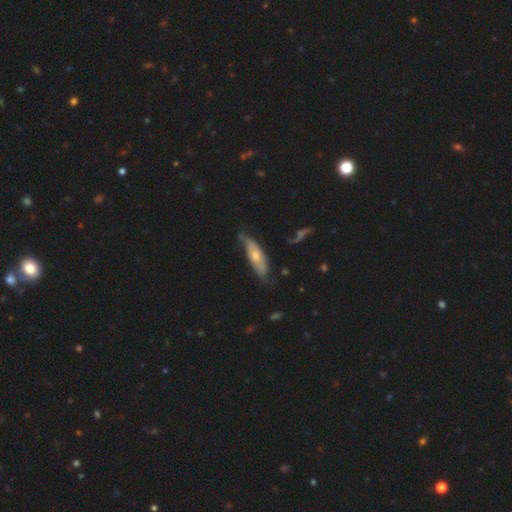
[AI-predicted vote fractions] A featured or disk galaxy (56%). Merging: none (53%).